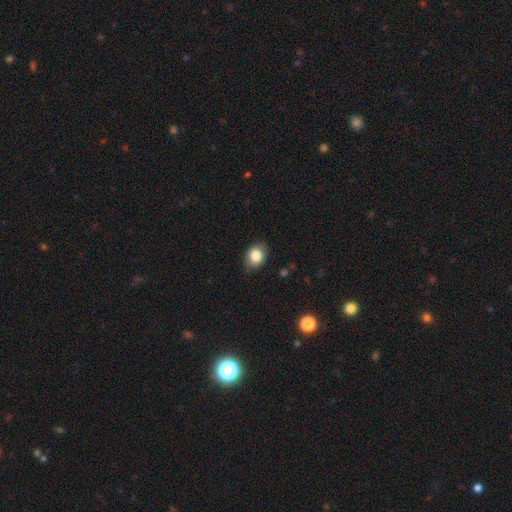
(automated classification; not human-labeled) The model was most divided on "how rounded": in between: 56%, round: 43%, cigar-shaped: 1%. More confident: smooth or featured — smooth (83%); merging — none (79%).